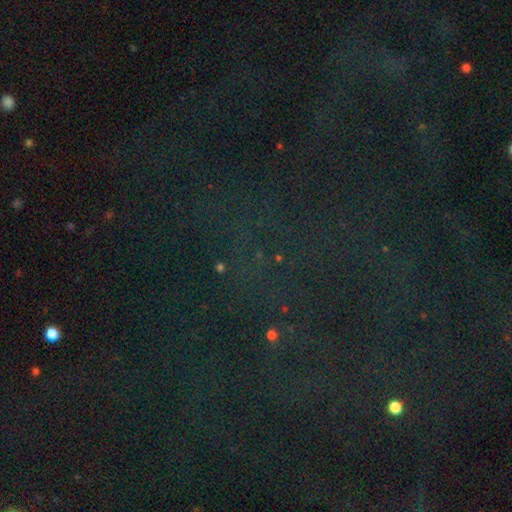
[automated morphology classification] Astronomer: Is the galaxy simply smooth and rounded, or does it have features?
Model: star or artifact — 80%.